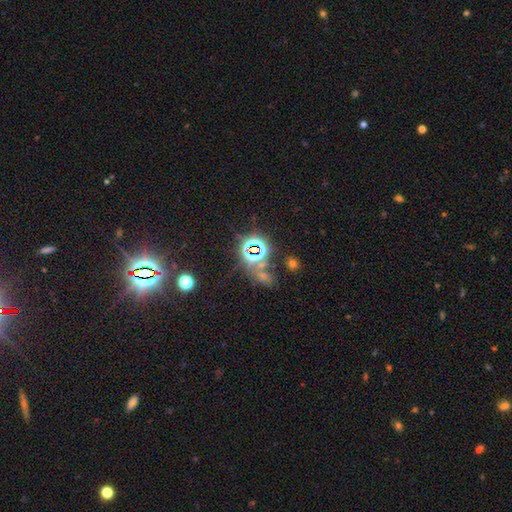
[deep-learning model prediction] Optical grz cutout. It shows a star or artifact, not a galaxy (75%).